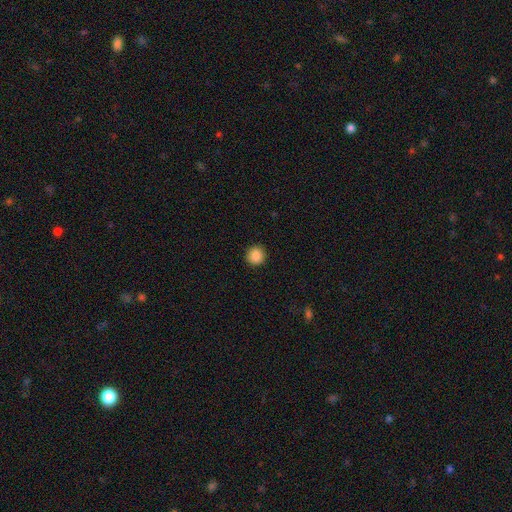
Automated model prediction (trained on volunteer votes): Smooth or featured?
  - smooth: 88% *
  - star or artifact: 9%
  - featured or disk: 3%
How rounded?
  - round: 93% *
  - in between: 6%
  - cigar-shaped: 1%
Merging?
  - none: 92% *
  - minor disturbance: 5%
  - major disturbance: 2%
  - merger: 1%